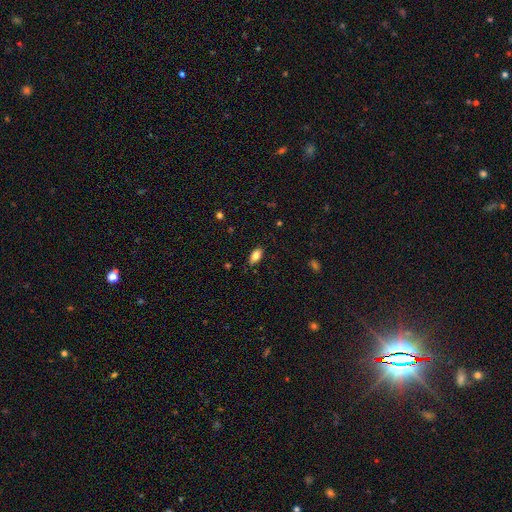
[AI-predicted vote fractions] This appears to be a smooth galaxy with no disk features (82%) that is in between round and cigar-shaped (90%). Merging: none (83%).